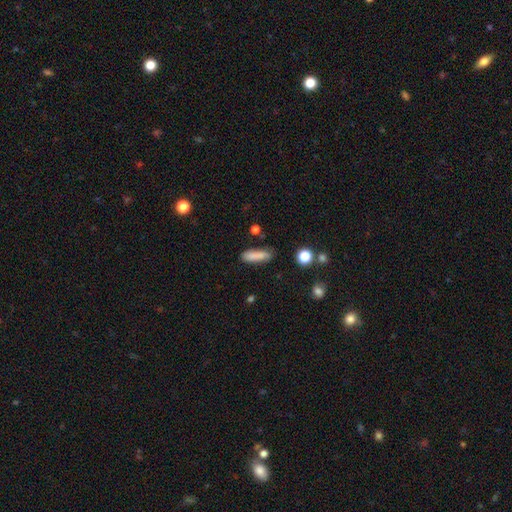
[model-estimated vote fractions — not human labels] Q: Smooth or featured?
A: smooth (83%); runner-up: featured or disk (9%)
Q: How rounded?
A: cigar-shaped (58%); runner-up: in between (40%)
Q: Merging?
A: none (75%); runner-up: minor disturbance (17%)